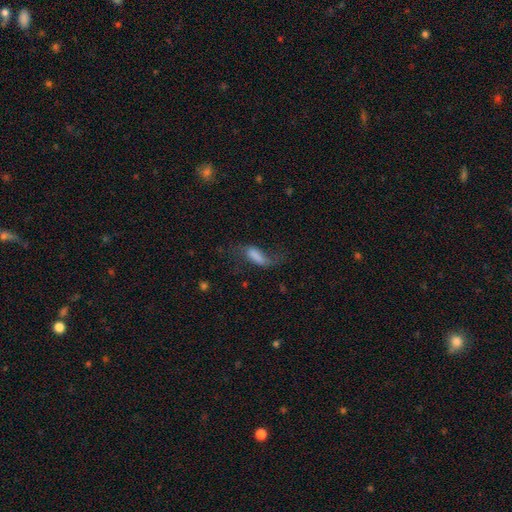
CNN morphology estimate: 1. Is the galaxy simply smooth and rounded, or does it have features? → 55% smooth, 34% featured or disk, 11% star or artifact.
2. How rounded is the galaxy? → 72% in between, 24% cigar-shaped, 5% round.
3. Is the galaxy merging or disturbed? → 38% major disturbance, 36% none, 22% minor disturbance, 5% merger.